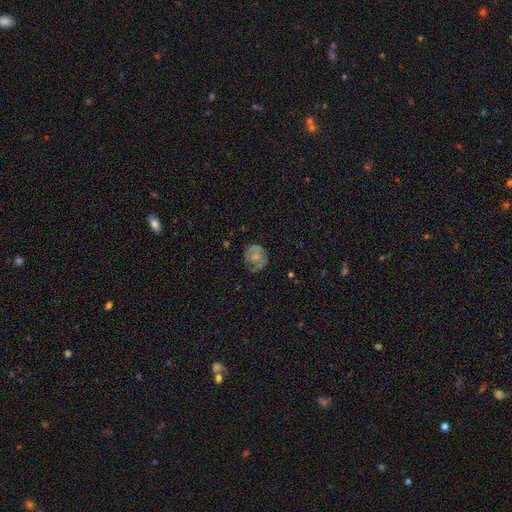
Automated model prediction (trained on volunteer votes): This is possibly a smooth galaxy (46%). Merging: likely none (60%).